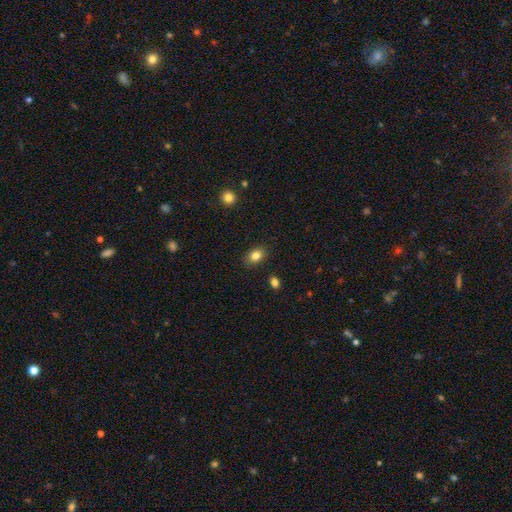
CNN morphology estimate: The model was most divided on "how rounded": in between: 71%, round: 27%, cigar-shaped: 1%. More confident: merging — none (87%); smooth or featured — smooth (84%).